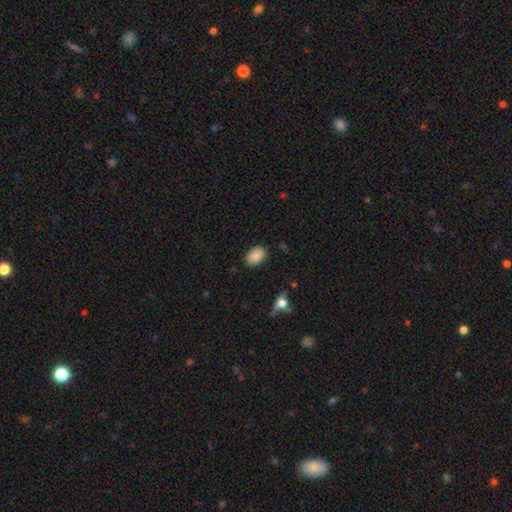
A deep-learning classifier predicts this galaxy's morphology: Smooth or featured: smooth — 88% (star or artifact — 8%)
How rounded: in between — 85% (round — 13%)
Merging: none — 84% (minor disturbance — 11%)